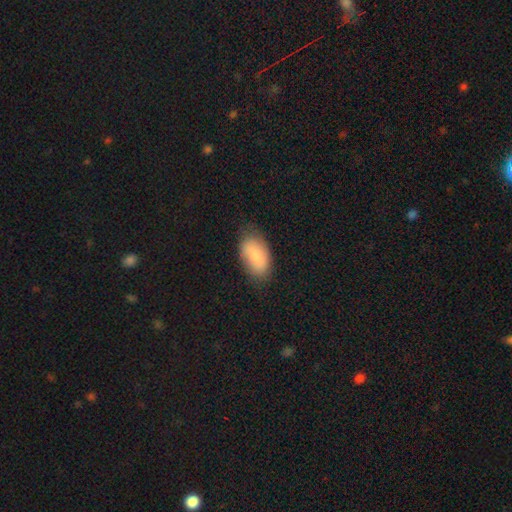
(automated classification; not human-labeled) smooth_or_featured: smooth (p=0.80) [alt: featured or disk p=0.13]
how_rounded: in between (p=0.93) [alt: round p=0.05]
merging: none (p=0.74) [alt: minor disturbance p=0.20]